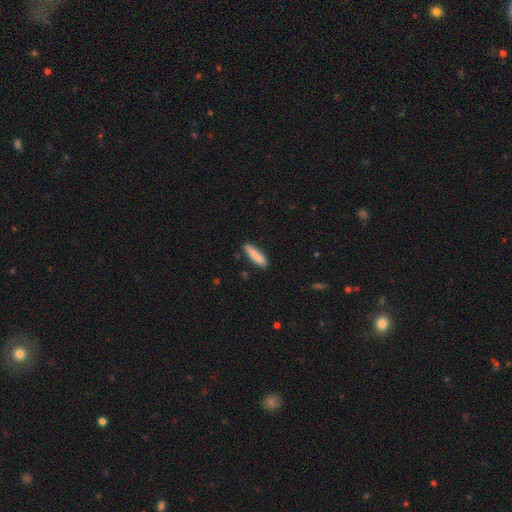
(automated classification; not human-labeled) Smooth or featured? Predicted: smooth (p=0.86). How rounded? Predicted: cigar-shaped (p=0.78). Merging? Predicted: none (p=0.84).